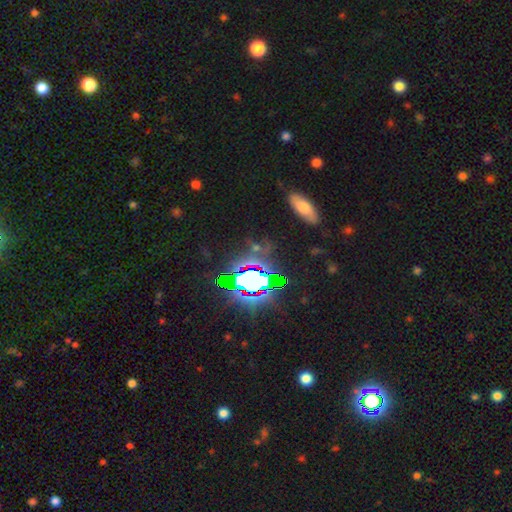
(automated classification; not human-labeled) This is likely a star or artifact rather than a galaxy (71%).